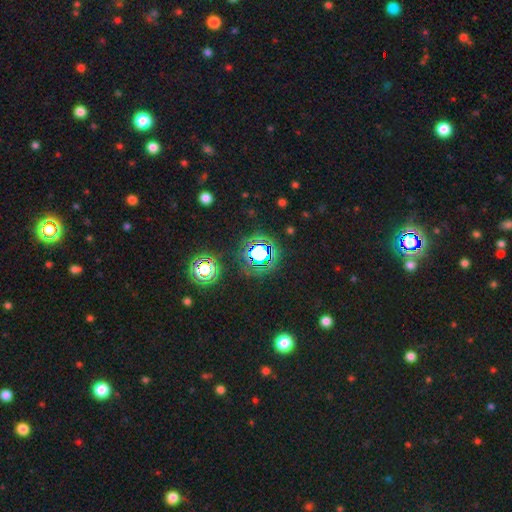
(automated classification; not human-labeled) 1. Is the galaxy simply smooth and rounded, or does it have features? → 71% star or artifact, 20% smooth, 9% featured or disk.